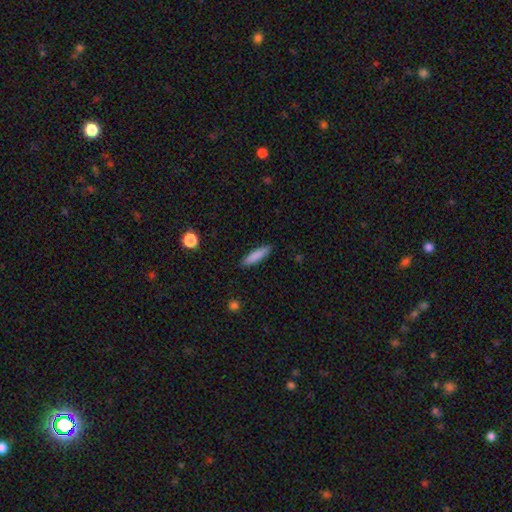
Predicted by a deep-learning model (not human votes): smooth 85%, featured or disk 9%, star or artifact 6%. Down the decision tree: how rounded — cigar-shaped (75%); merging — none (89%).